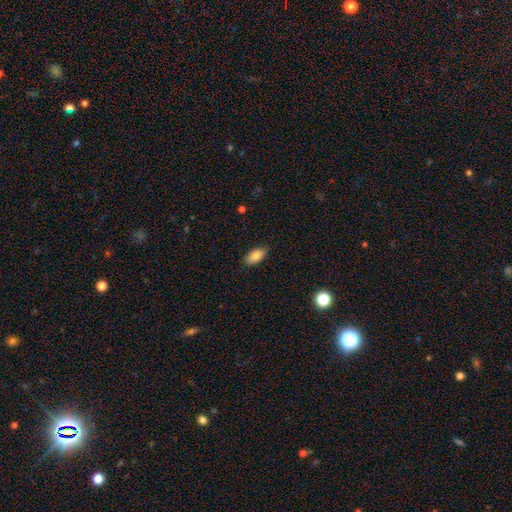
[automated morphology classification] smooth-or-featured: smooth: 85% | featured or disk: 8% | star or artifact: 7%
  how-rounded: in between: 92% | cigar-shaped: 5% | round: 3%
  merging: none: 87% | minor disturbance: 10% | major disturbance: 2% | merger: 1%